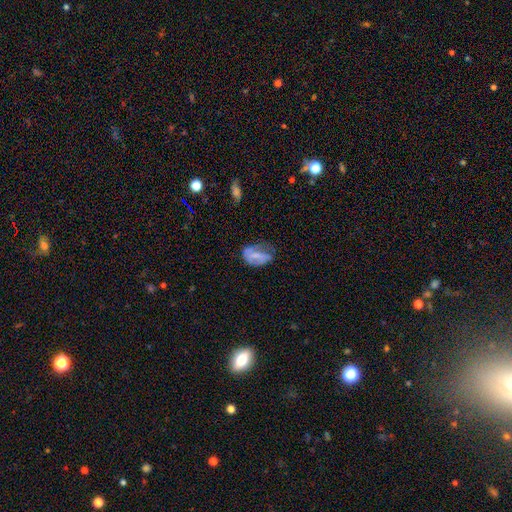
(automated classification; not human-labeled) Smooth or featured? smooth (48%)
Merging? minor disturbance (34%)